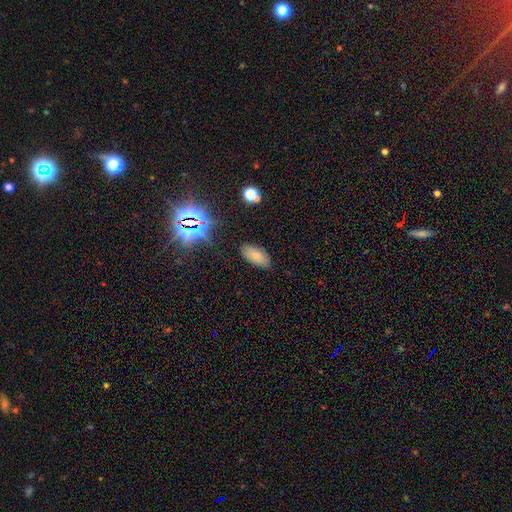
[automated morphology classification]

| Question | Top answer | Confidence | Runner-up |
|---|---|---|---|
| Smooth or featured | smooth | 75% | star or artifact (13%) |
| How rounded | in between | 92% | cigar-shaped (5%) |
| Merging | none | 83% | minor disturbance (12%) |